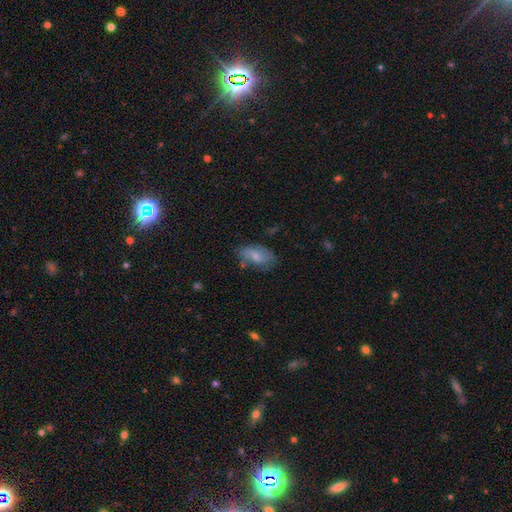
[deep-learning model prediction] smooth 55%, featured or disk 37%, star or artifact 8%. Down the decision tree: how rounded — in between (90%); merging — none (59%).